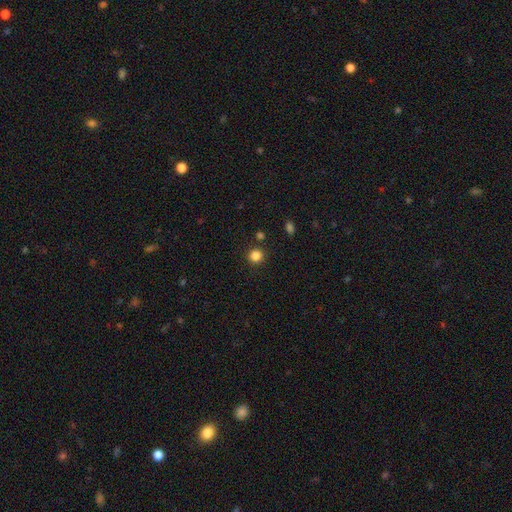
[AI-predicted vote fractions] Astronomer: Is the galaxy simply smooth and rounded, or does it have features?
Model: smooth — 84%.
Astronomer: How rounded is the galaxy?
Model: round — 92%.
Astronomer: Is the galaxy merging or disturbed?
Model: none — 89%.